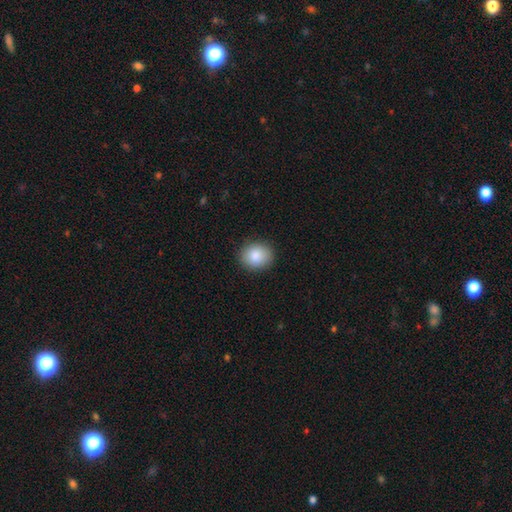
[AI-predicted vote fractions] This is clearly a smooth galaxy (87%). How rounded: likely round (70%). Merging: clearly none (89%).